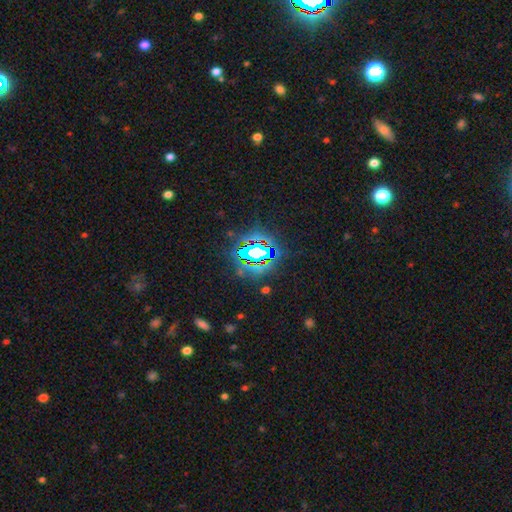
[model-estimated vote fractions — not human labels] Morphology: type=star or artifact (74%).